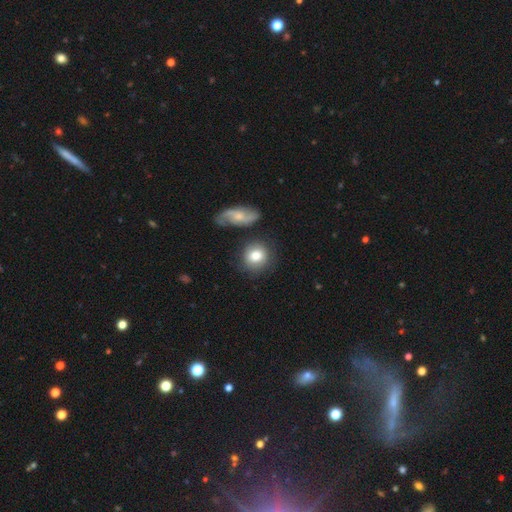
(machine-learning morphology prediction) Smooth or featured: smooth — 77% (featured or disk — 16%)
How rounded: round — 81% (in between — 18%)
Merging: none — 71% (minor disturbance — 15%)